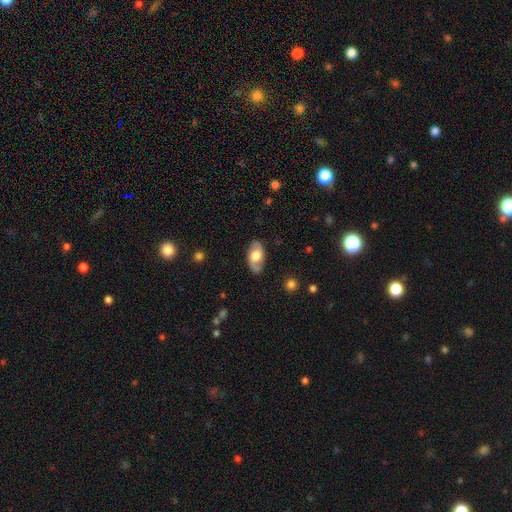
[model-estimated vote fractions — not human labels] smooth_or_featured: featured or disk (p=0.51) [alt: smooth p=0.43]
disk_edge_on: no (p=0.89) [alt: yes p=0.11]
merging: none (p=0.83) [alt: minor disturbance p=0.13]